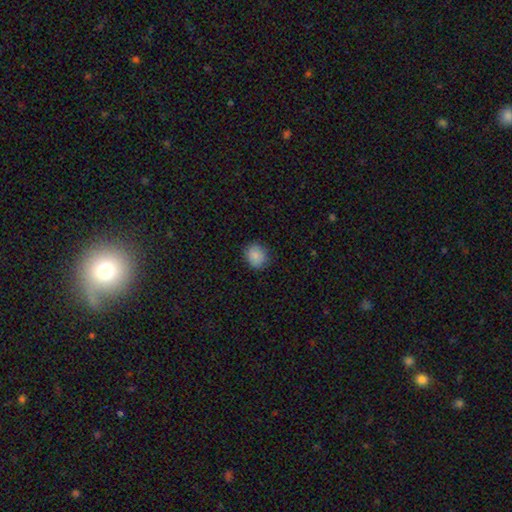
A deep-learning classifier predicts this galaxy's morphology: Smooth or featured: smooth — 87% (star or artifact — 9%)
How rounded: round — 73% (in between — 26%)
Merging: none — 85% (minor disturbance — 11%)